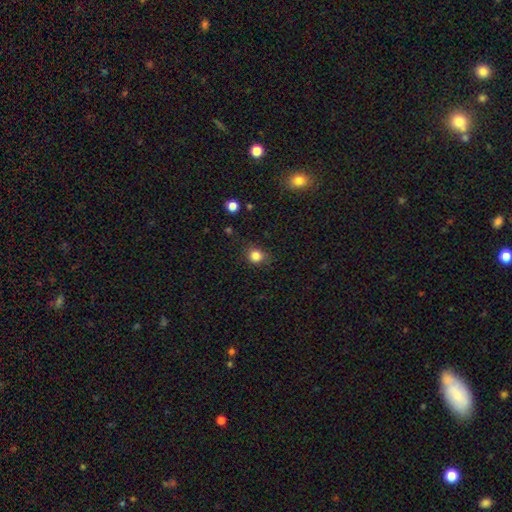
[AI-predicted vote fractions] smooth-or-featured: smooth: 84% | star or artifact: 12% | featured or disk: 5%
  how-rounded: round: 80% | in between: 19% | cigar-shaped: 1%
  merging: none: 80% | minor disturbance: 14% | major disturbance: 4% | merger: 1%